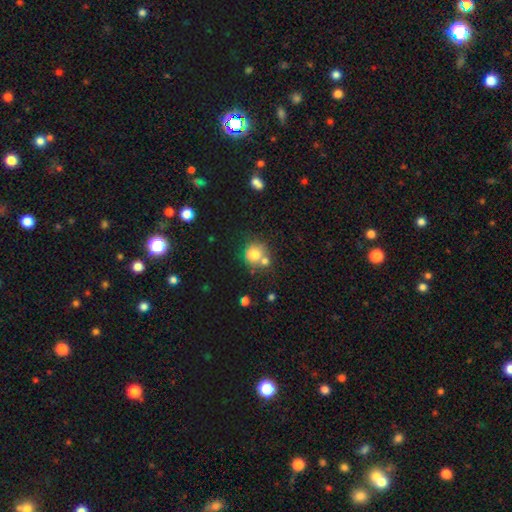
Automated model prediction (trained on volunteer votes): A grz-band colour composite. It shows a smooth galaxy with no disk features (73%) that is round (86%). Merging: none (49%).